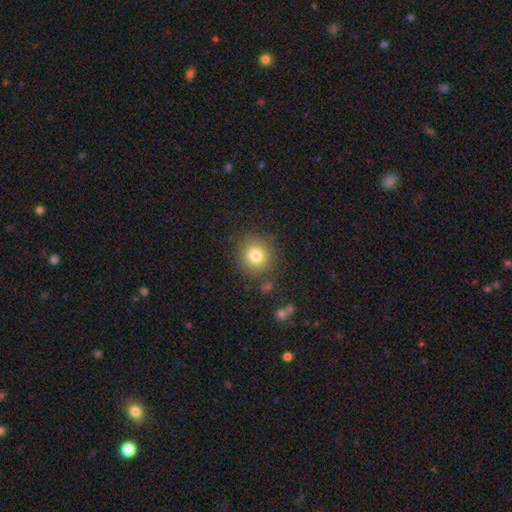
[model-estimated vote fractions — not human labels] Morphology: type=smooth (79%); roundness=round (91%); merging=none (85%).